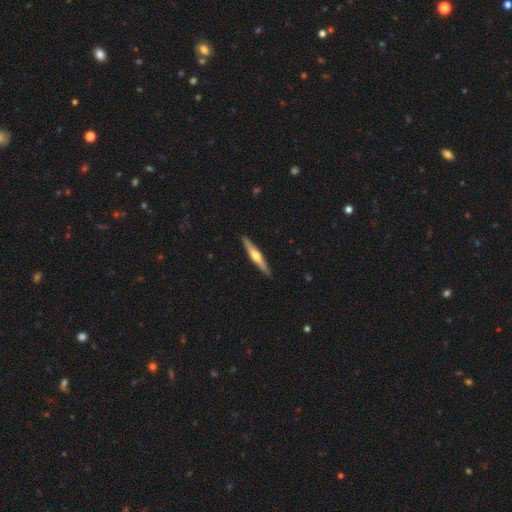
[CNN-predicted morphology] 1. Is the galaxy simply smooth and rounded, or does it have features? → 64% featured or disk, 31% smooth, 5% star or artifact.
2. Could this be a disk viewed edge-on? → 97% yes, 3% no.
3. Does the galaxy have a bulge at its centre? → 90% rounded, 6% none, 4% boxy.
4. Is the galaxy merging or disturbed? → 91% none, 7% minor disturbance, 1% major disturbance, 1% merger.